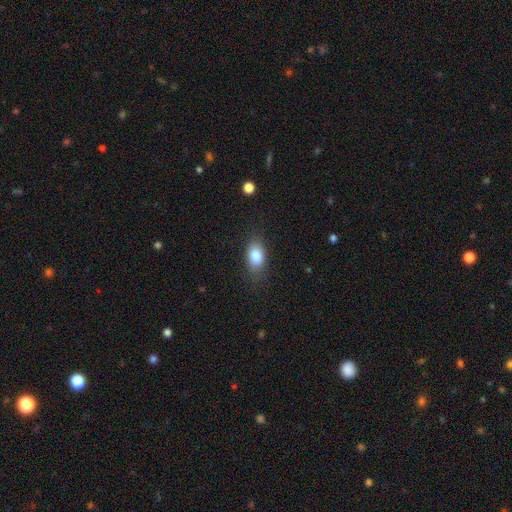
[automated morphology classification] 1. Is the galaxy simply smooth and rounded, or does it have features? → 84% smooth, 8% featured or disk, 8% star or artifact.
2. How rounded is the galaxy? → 86% in between, 10% round, 4% cigar-shaped.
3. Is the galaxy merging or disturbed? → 79% none, 15% minor disturbance, 5% major disturbance, 1% merger.